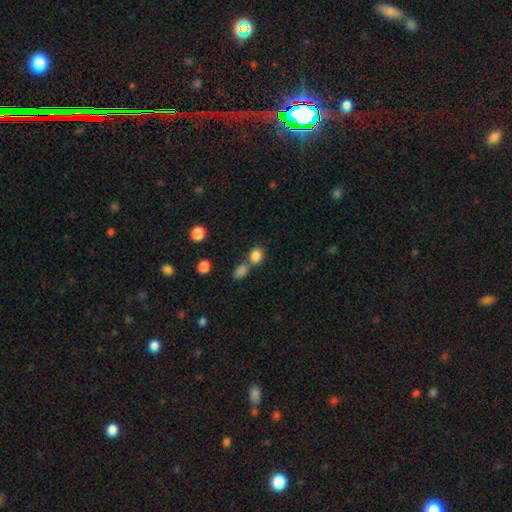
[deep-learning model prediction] smooth 84%, star or artifact 11%, featured or disk 5%. Down the decision tree: how rounded — round (65%); merging — none (55%).